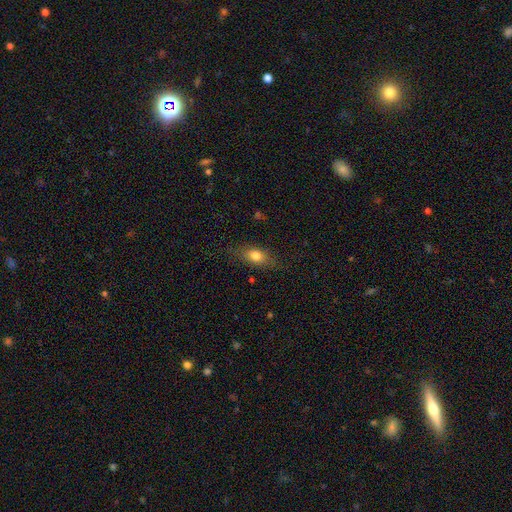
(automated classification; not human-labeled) The model was most divided on "smooth or featured": smooth: 75%, featured or disk: 16%, star or artifact: 9%. More confident: merging — none (77%); how rounded — in between (75%).